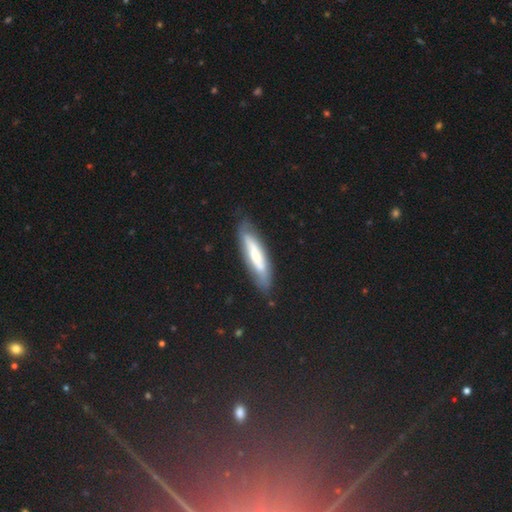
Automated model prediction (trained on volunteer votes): Morphology: type=smooth (49%); merging=none (73%).